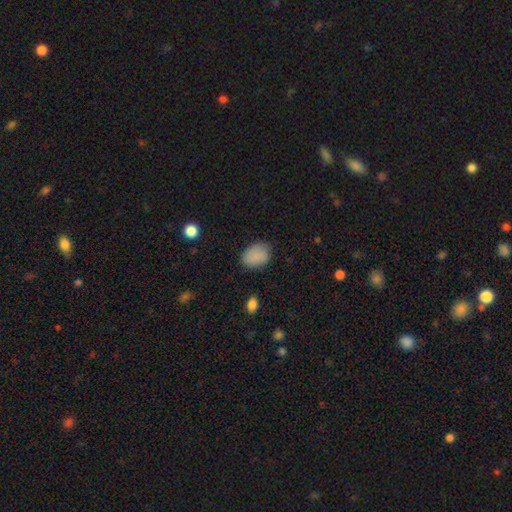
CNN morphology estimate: A smooth galaxy with no disk features (87%) that is in between round and cigar-shaped (72%).

Vote fractions:
- Smooth or featured? smooth: 87% / star or artifact: 8% / featured or disk: 5%
- How rounded? in between: 72% / round: 27% / cigar-shaped: 1%
- Merging? none: 78% / minor disturbance: 17% / major disturbance: 4% / merger: 1%